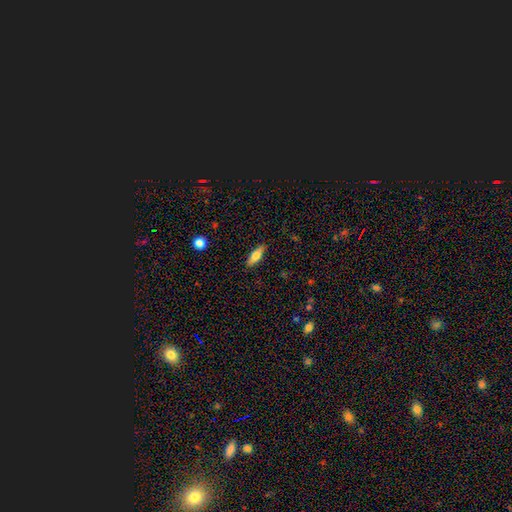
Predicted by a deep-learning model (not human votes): Q: Smooth or featured?
A: smooth (71%); runner-up: featured or disk (23%)
Q: How rounded?
A: in between (56%); runner-up: cigar-shaped (41%)
Q: Merging?
A: none (88%); runner-up: minor disturbance (9%)